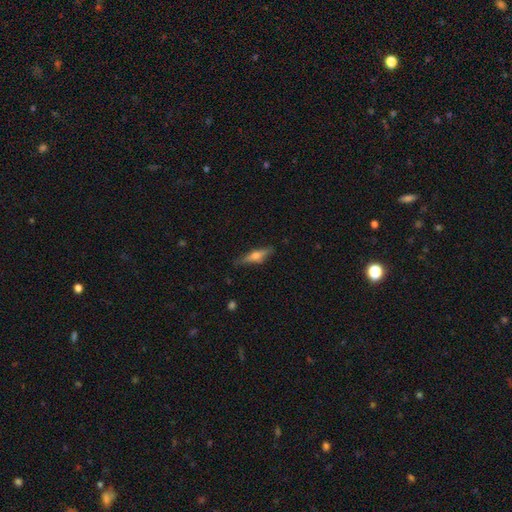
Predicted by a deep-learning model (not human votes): Smooth or featured?
  - featured or disk: 55% *
  - smooth: 38%
  - star or artifact: 7%
Edge-on disk?
  - yes: 94% *
  - no: 6%
Edge-on bulge?
  - rounded: 89% *
  - boxy: 6%
  - none: 4%
Merging?
  - none: 82% *
  - minor disturbance: 14%
  - major disturbance: 3%
  - merger: 1%